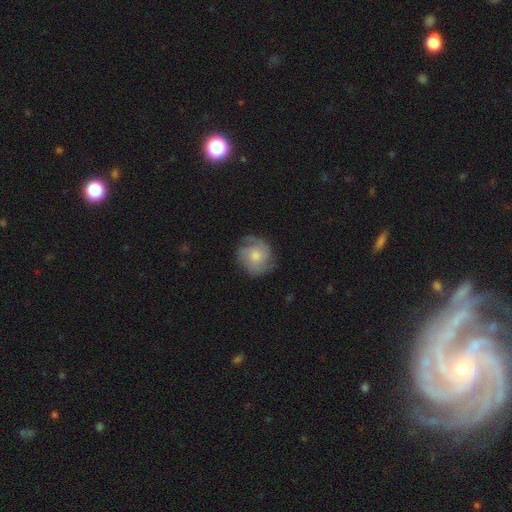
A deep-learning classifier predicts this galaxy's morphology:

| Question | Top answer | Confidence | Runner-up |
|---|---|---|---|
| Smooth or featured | featured or disk | 60% | smooth (34%) |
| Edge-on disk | no | 98% | yes (2%) |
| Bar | no | 77% | weak (20%) |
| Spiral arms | yes | 89% | no (11%) |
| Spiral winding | tight | 46% | medium (40%) |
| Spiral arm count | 2 | 28% | tied: can't tell (28%) |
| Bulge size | moderate | 51% | small (36%) |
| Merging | none | 72% | minor disturbance (19%) |